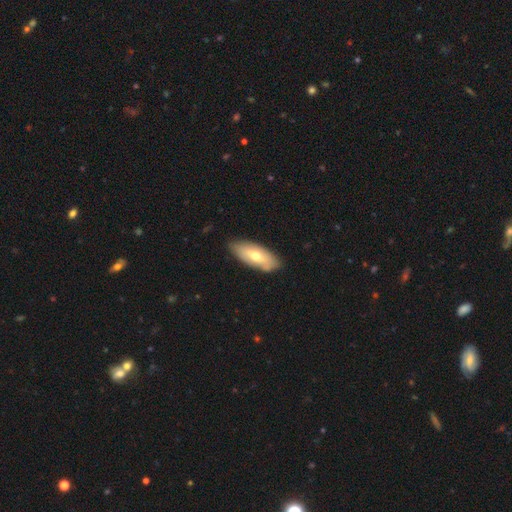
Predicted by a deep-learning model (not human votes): smooth 60%, featured or disk 34%, star or artifact 6%. Down the decision tree: how rounded — in between (83%); merging — none (80%).